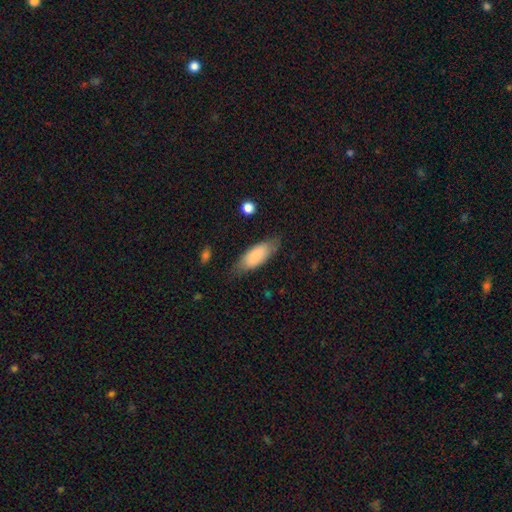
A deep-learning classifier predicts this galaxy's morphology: Q: Smooth or featured?
A: smooth (84%); runner-up: featured or disk (10%)
Q: How rounded?
A: in between (77%); runner-up: cigar-shaped (21%)
Q: Merging?
A: none (74%); runner-up: minor disturbance (20%)